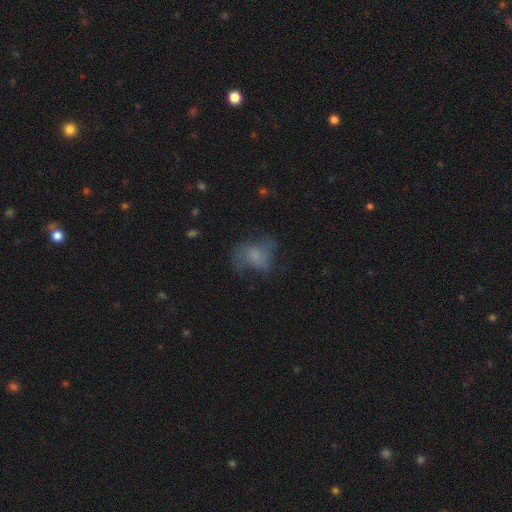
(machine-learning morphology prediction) type=smooth (46%); merging=none (39%).